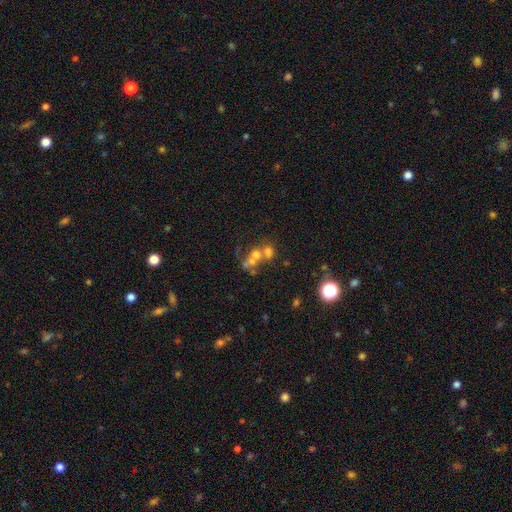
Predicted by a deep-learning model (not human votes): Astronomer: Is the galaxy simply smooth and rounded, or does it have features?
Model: smooth — 41% (runner-up: featured or disk, 31%).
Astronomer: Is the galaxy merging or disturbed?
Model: merger — 52% (runner-up: none, 31%).